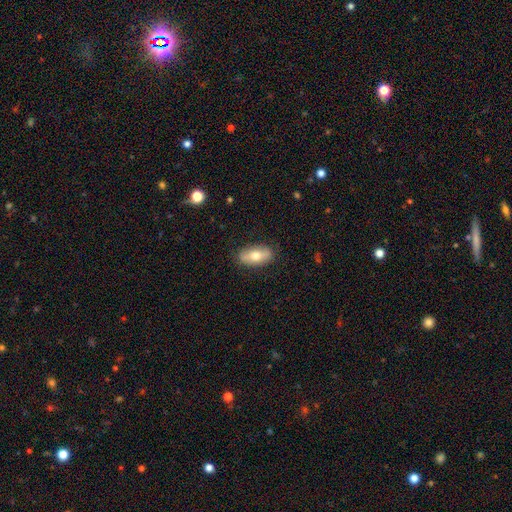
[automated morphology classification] Smooth or featured? Predicted: smooth (p=0.67). How rounded? Predicted: in between (p=0.88). Merging? Predicted: none (p=0.85).